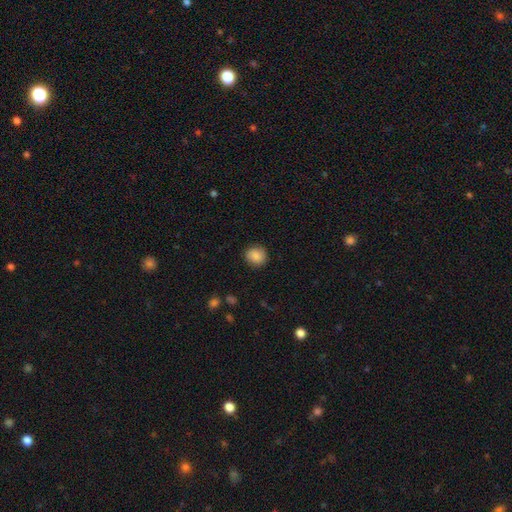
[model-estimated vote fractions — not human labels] smooth 88%, star or artifact 8%, featured or disk 4%. Down the decision tree: how rounded — round (82%); merging — none (88%).